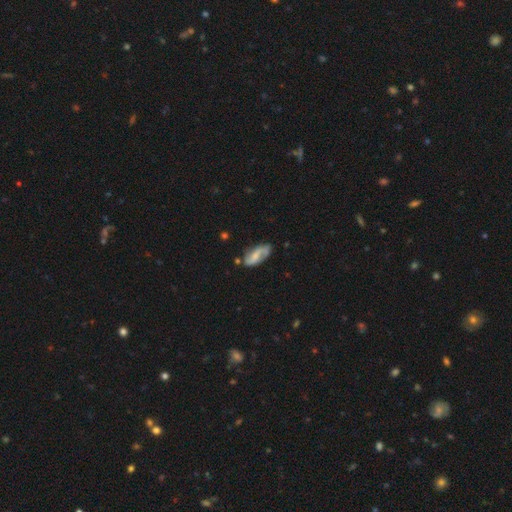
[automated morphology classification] type=featured or disk (66%); edge-on=no (94%); bar=weak (45%); spiral arms=yes (91%); winding=loose (47%); arm count=2 (85%); bulge=small (36%); merging=none (68%).